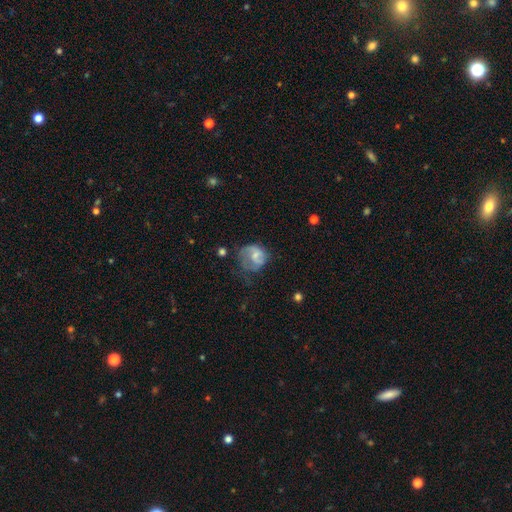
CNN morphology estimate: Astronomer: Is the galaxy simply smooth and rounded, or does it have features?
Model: featured or disk — 47% (runner-up: smooth, 44%).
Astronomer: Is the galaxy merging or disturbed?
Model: none — 36% (runner-up: major disturbance, 33%).